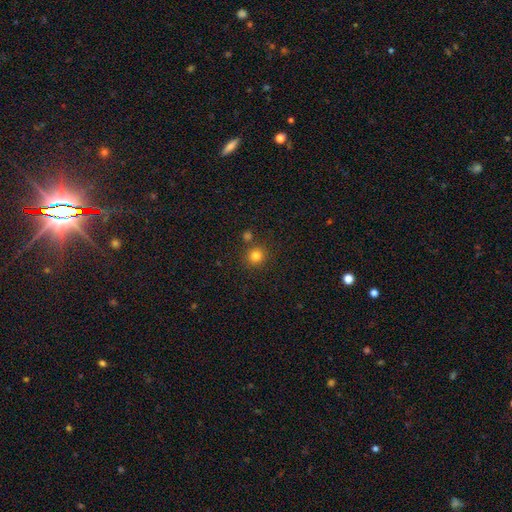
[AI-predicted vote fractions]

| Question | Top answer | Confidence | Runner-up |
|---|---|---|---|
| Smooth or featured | smooth | 81% | star or artifact (14%) |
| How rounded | round | 91% | in between (8%) |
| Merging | none | 80% | merger (10%) |